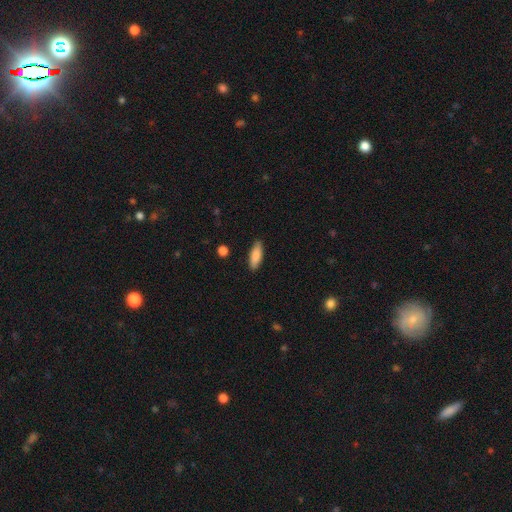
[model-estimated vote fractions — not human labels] Smooth or featured?
  - smooth: 87% *
  - featured or disk: 7%
  - star or artifact: 6%
How rounded?
  - in between: 64% *
  - cigar-shaped: 34%
  - round: 2%
Merging?
  - none: 86% *
  - minor disturbance: 11%
  - major disturbance: 2%
  - merger: 1%